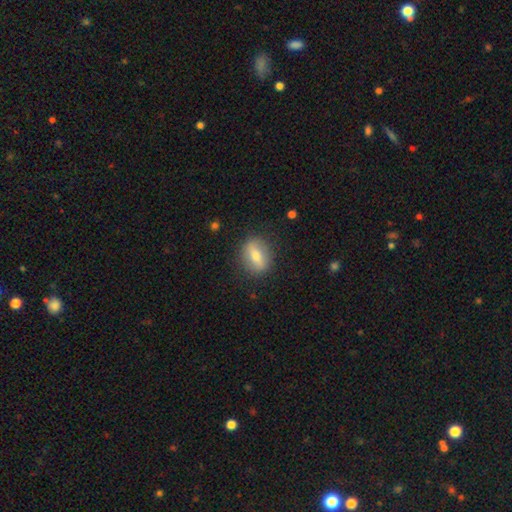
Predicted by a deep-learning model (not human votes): smooth-or-featured: smooth: 55% | featured or disk: 37% | star or artifact: 8%
  how-rounded: in between: 59% | round: 32% | cigar-shaped: 9%
  merging: none: 86% | minor disturbance: 10% | major disturbance: 3% | merger: 1%